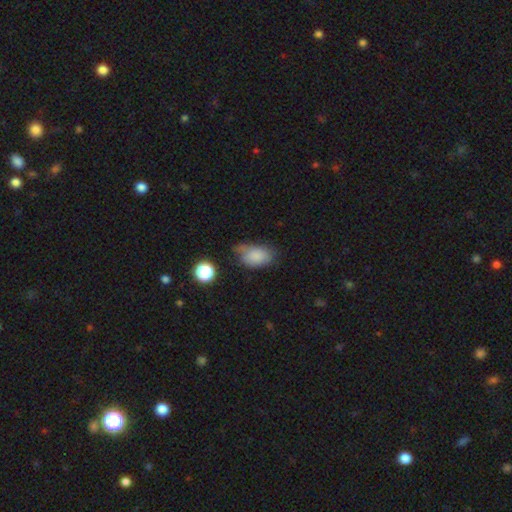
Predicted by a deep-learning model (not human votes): A smooth galaxy with no disk features (78%) that is in between round and cigar-shaped (89%).

Vote fractions:
- Smooth or featured? smooth: 78% / featured or disk: 13% / star or artifact: 9%
- How rounded? in between: 89% / round: 9% / cigar-shaped: 2%
- Merging? none: 41% / minor disturbance: 38% / major disturbance: 16% / merger: 5%